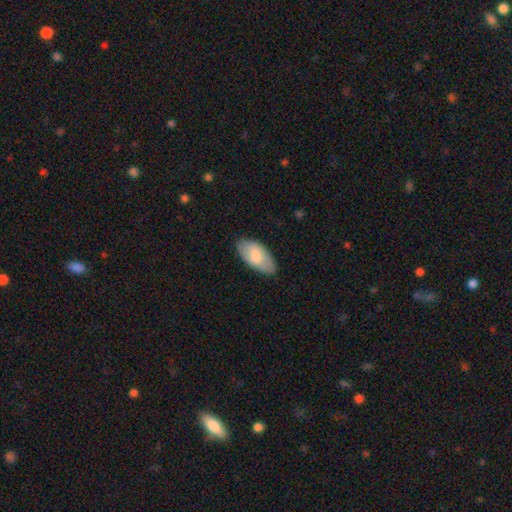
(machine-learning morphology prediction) smooth 78%, featured or disk 17%, star or artifact 5%. Down the decision tree: how rounded — in between (95%); merging — none (79%).